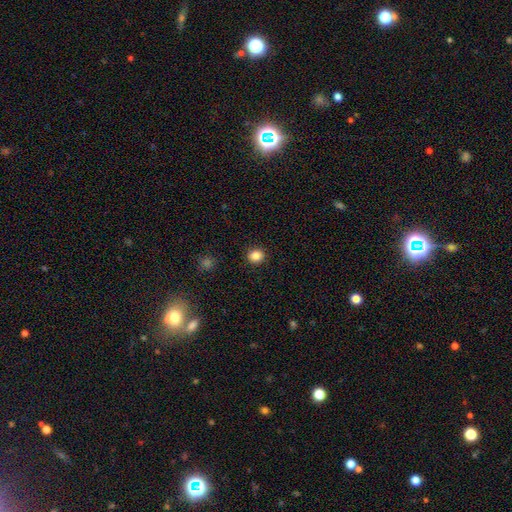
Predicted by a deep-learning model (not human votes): smooth 86%, star or artifact 11%, featured or disk 4%. Down the decision tree: how rounded — round (82%); merging — none (91%).